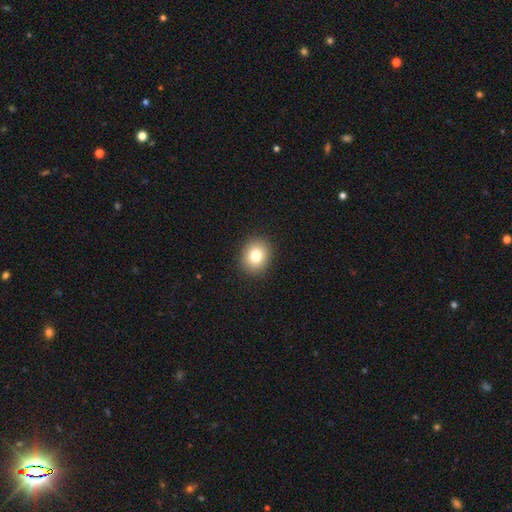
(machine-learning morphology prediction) smooth 80%, star or artifact 11%, featured or disk 9%. Down the decision tree: how rounded — round (65%); merging — none (91%).